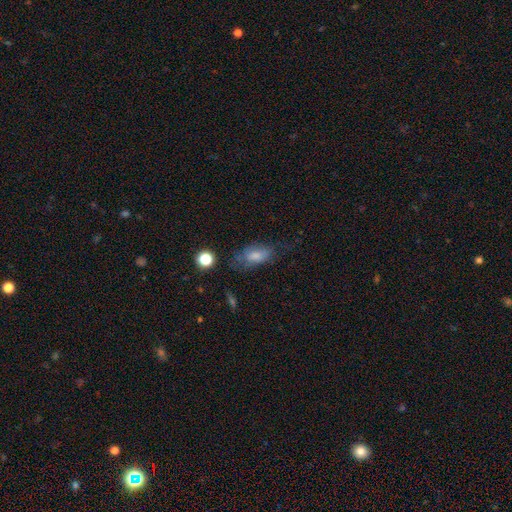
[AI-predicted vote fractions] A smooth galaxy with no disk features (73%) that is in between round and cigar-shaped (87%). Merging: none (45%).